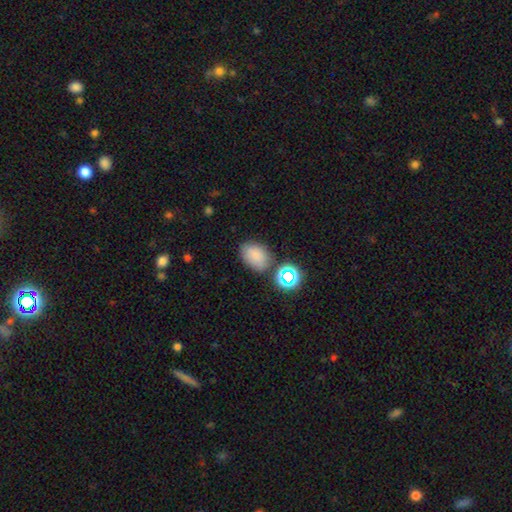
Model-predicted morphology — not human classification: Q: Smooth or featured?
A: smooth (77%); runner-up: star or artifact (15%)
Q: How rounded?
A: in between (74%); runner-up: round (25%)
Q: Merging?
A: none (72%); runner-up: minor disturbance (15%)